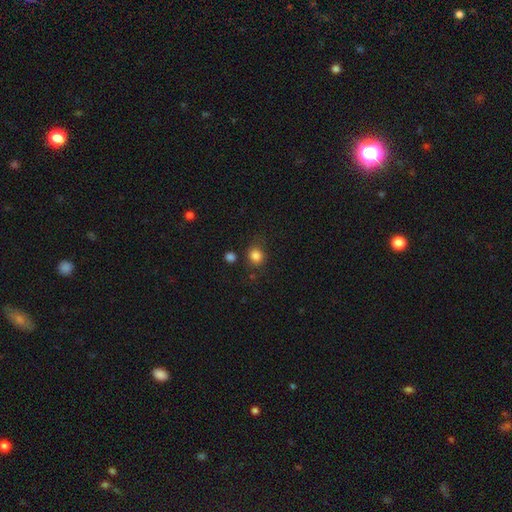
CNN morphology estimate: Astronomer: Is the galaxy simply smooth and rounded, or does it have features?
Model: smooth — 84%.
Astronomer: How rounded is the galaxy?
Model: round — 77%.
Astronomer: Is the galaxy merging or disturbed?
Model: none — 76%.